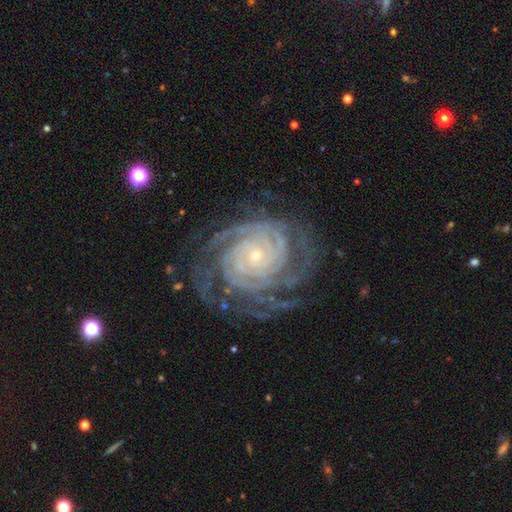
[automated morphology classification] A featured or disk galaxy (91%) with no bar (78%), 4 (25%) tight (85%) spiral arms (98%) and a small central bulge (86%). Merging: none (75%).